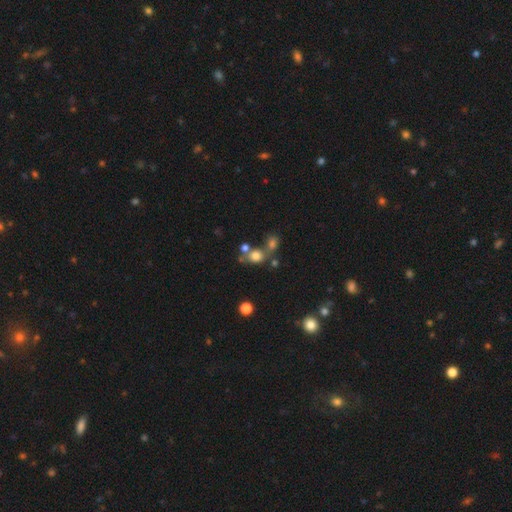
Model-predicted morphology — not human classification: This is likely a smooth galaxy (73%). How rounded: likely round (65%). Merging: possibly none (47%).